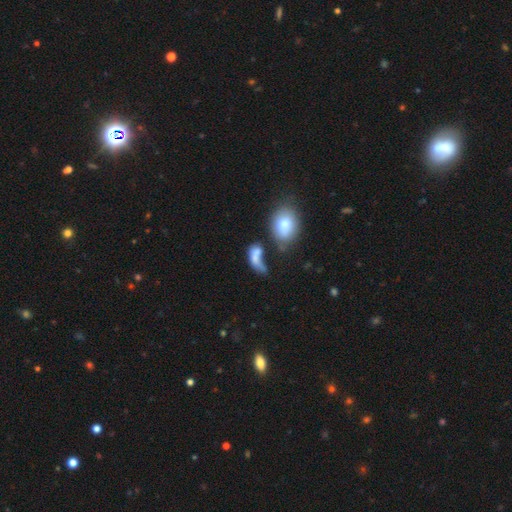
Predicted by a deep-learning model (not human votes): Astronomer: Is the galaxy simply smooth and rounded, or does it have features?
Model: smooth — 65%.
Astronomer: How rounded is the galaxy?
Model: in between — 74%.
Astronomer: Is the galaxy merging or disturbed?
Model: merger — 39% (runner-up: major disturbance, 28%).